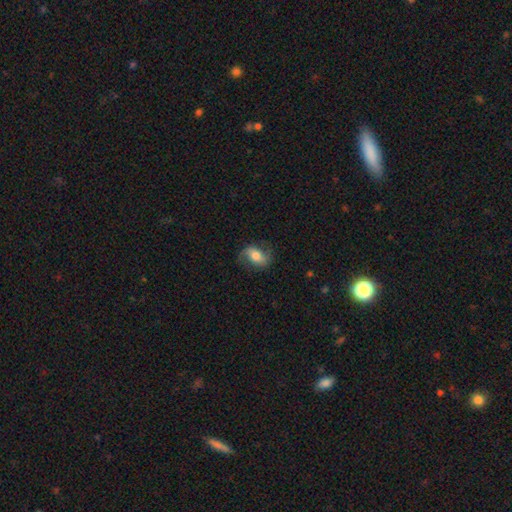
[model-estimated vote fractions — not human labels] smooth-or-featured: smooth: 50% | featured or disk: 42% | star or artifact: 8%
  merging: none: 72% | minor disturbance: 18% | major disturbance: 8% | merger: 1%